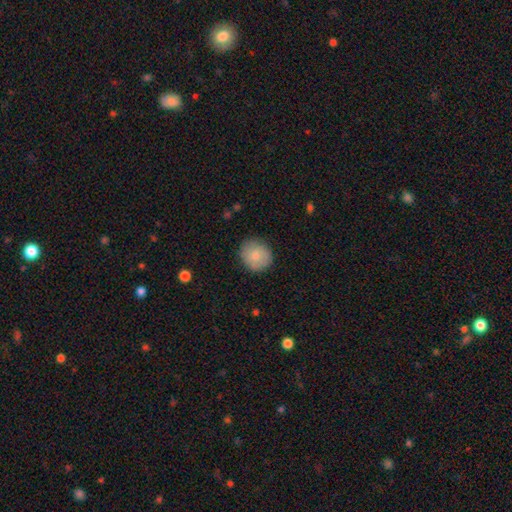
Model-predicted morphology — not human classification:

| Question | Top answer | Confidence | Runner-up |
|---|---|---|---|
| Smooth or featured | smooth | 80% | featured or disk (13%) |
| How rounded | round | 86% | in between (13%) |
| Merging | none | 86% | minor disturbance (11%) |